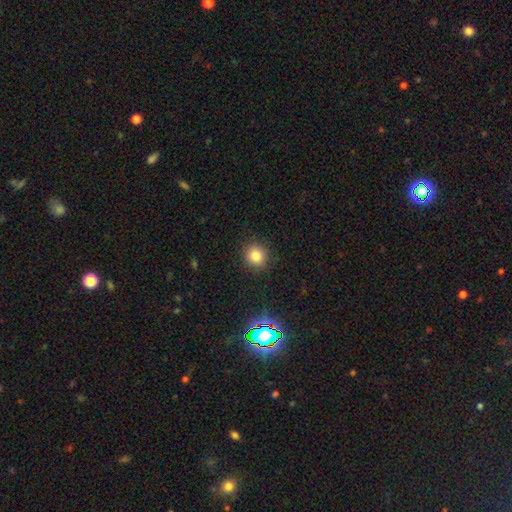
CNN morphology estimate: The model was most divided on "smooth or featured": smooth: 81%, star or artifact: 13%, featured or disk: 6%. More confident: merging — none (90%); how rounded — round (90%).